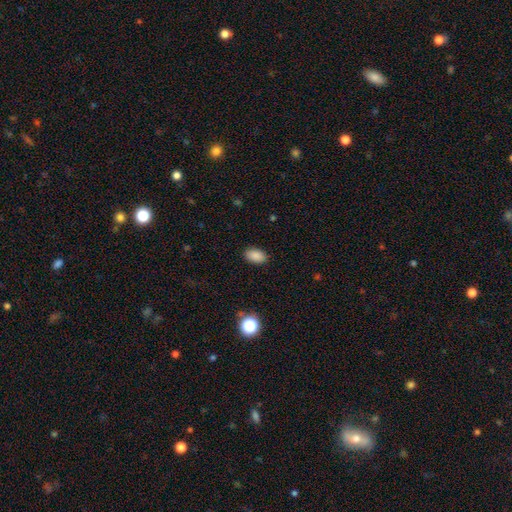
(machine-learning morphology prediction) Smooth or featured?
  - smooth: 87% *
  - star or artifact: 9%
  - featured or disk: 3%
How rounded?
  - in between: 91% *
  - round: 8%
  - cigar-shaped: 1%
Merging?
  - none: 89% *
  - minor disturbance: 8%
  - major disturbance: 2%
  - merger: 1%